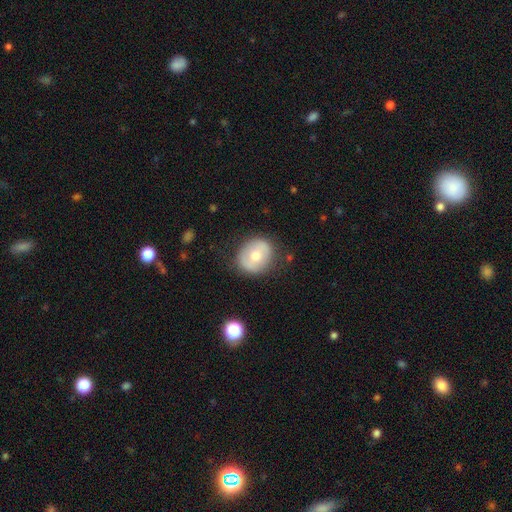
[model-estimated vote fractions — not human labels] A smooth galaxy with no disk features (58%) that is round (74%).

Vote fractions:
- Smooth or featured? smooth: 58% / featured or disk: 35% / star or artifact: 7%
- How rounded? round: 74% / in between: 25% / cigar-shaped: 1%
- Merging? none: 81% / minor disturbance: 13% / major disturbance: 4% / merger: 1%